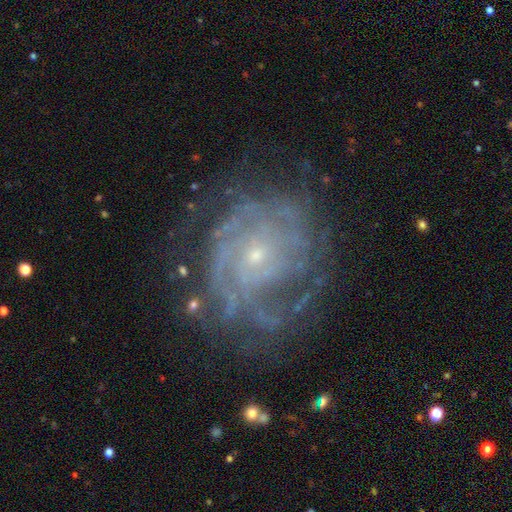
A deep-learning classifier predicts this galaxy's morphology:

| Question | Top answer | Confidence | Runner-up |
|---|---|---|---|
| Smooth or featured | featured or disk | 85% | star or artifact (8%) |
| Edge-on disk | no | 97% | yes (3%) |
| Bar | no | 77% | weak (18%) |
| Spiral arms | yes | 93% | no (7%) |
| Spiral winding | tight | 70% | medium (24%) |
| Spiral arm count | can't tell | 38% | 3 (16%) |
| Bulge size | small | 82% | moderate (14%) |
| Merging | none | 67% | minor disturbance (19%) |